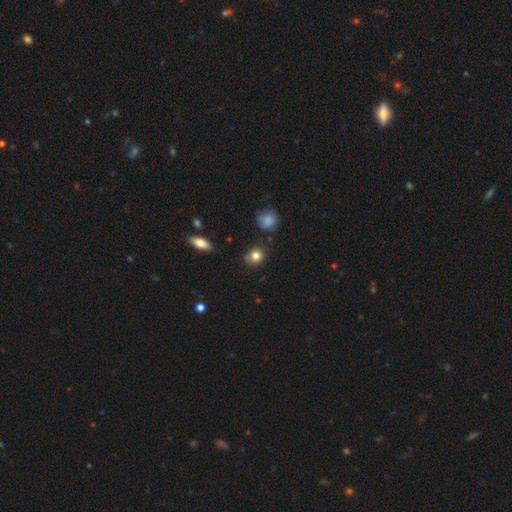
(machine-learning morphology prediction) smooth-or-featured: smooth: 82% | star or artifact: 11% | featured or disk: 7%
  how-rounded: round: 76% | in between: 23% | cigar-shaped: 1%
  merging: none: 76% | minor disturbance: 16% | merger: 4% | major disturbance: 4%